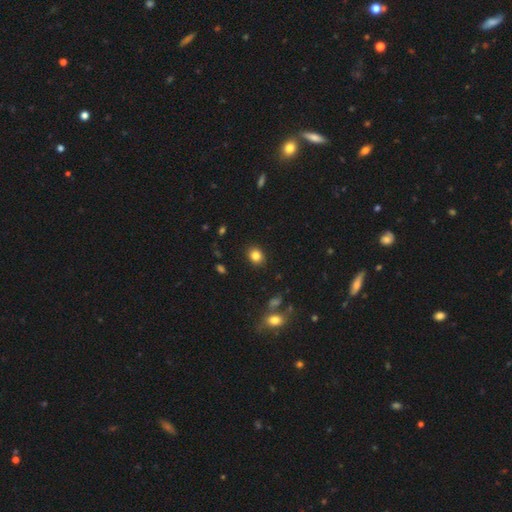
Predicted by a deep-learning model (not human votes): This is clearly a smooth galaxy (84%). How rounded: possibly round (58%). Merging: clearly none (89%).